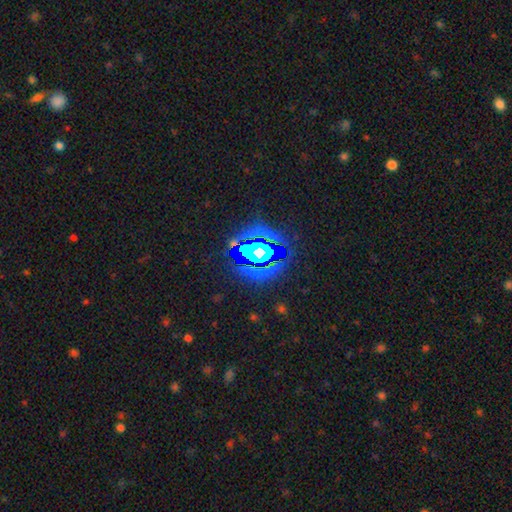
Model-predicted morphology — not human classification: type=star or artifact (72%).